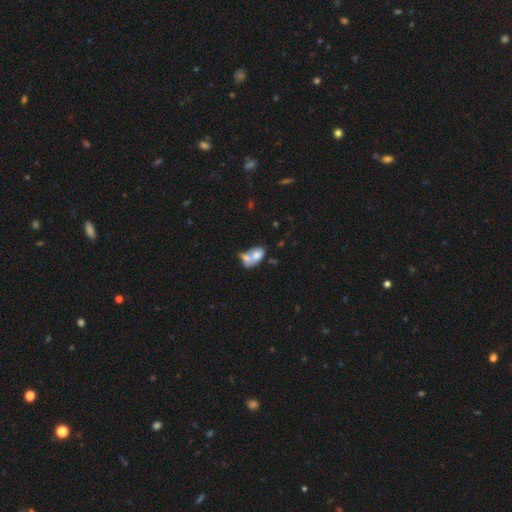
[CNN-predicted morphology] The model was most divided on "smooth or featured": smooth: 65%, featured or disk: 27%, star or artifact: 8%. More confident: how rounded — in between (84%); merging — merger (68%).